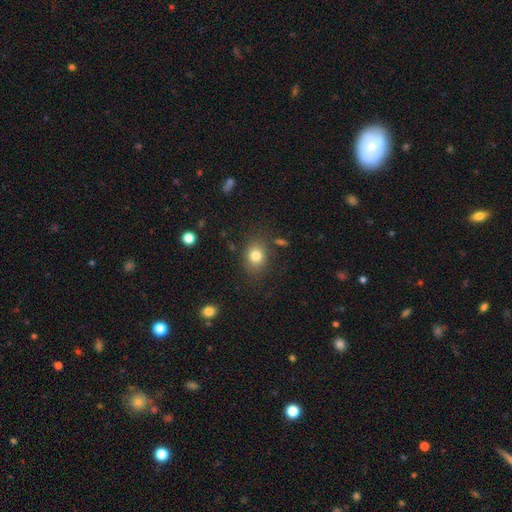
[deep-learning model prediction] smooth 80%, star or artifact 11%, featured or disk 9%. Down the decision tree: how rounded — in between (51%); merging — none (80%).